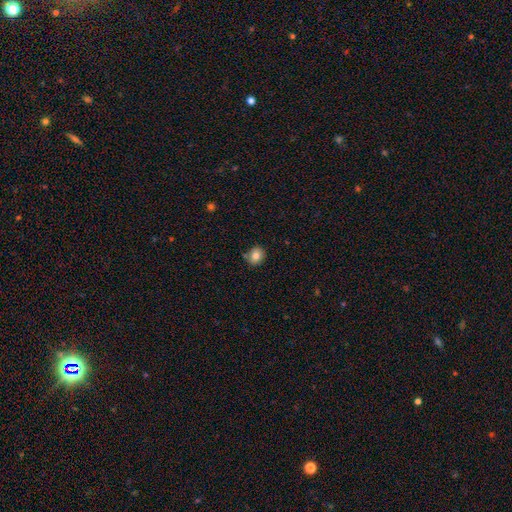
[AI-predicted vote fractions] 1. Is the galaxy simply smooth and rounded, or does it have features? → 82% smooth, 10% star or artifact, 8% featured or disk.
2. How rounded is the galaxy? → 72% round, 28% in between, 1% cigar-shaped.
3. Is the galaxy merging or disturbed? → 79% none, 12% minor disturbance, 6% merger, 2% major disturbance.